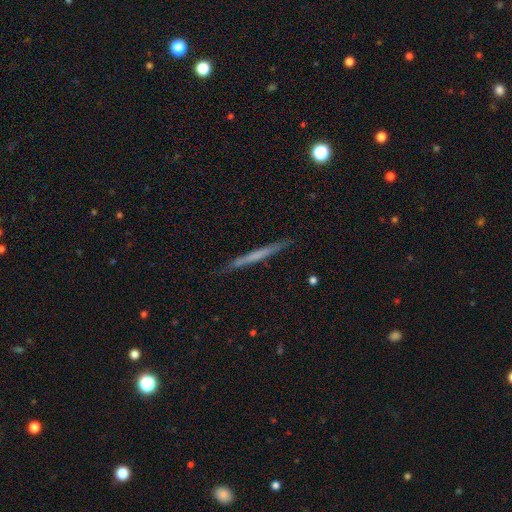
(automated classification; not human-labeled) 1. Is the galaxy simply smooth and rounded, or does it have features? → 47% featured or disk (tied), 47% smooth (tied), 6% star or artifact.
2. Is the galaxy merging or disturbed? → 89% none, 8% minor disturbance, 2% major disturbance, 1% merger.